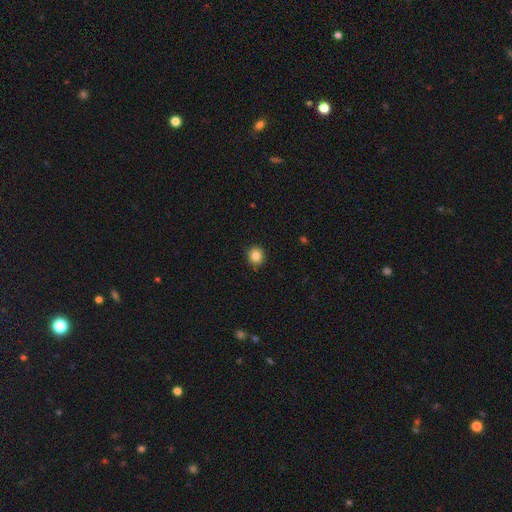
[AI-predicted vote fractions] Q: Smooth or featured?
A: smooth (84%); runner-up: star or artifact (10%)
Q: How rounded?
A: round (89%); runner-up: in between (10%)
Q: Merging?
A: none (92%); runner-up: minor disturbance (6%)